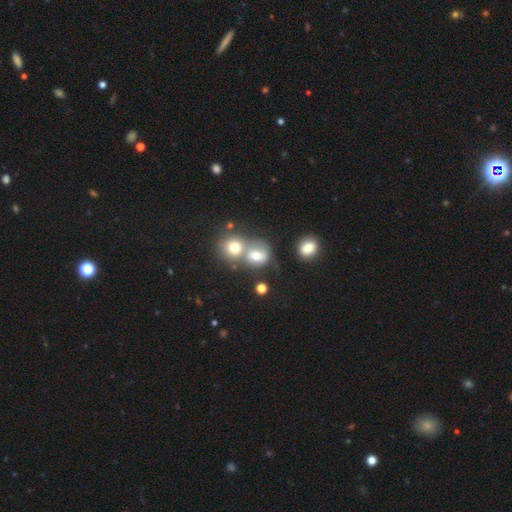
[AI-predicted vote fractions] A smooth galaxy with no disk features (69%) that is round (72%).

Vote fractions:
- Smooth or featured? smooth: 69% / featured or disk: 18% / star or artifact: 14%
- How rounded? round: 72% / in between: 27% / cigar-shaped: 1%
- Merging? merger: 53% / none: 33% / minor disturbance: 9% / major disturbance: 5%